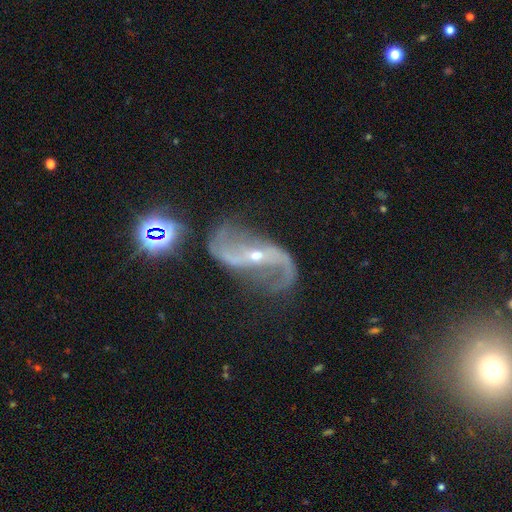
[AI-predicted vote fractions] Smooth or featured? featured or disk (89%)
Edge-on disk? no (96%)
Bar? strong (44%)
Spiral arms? yes (96%)
Spiral winding? loose (75%)
Spiral arm count? 2 (94%)
Bulge size? small (73%)
Merging? none (66%)